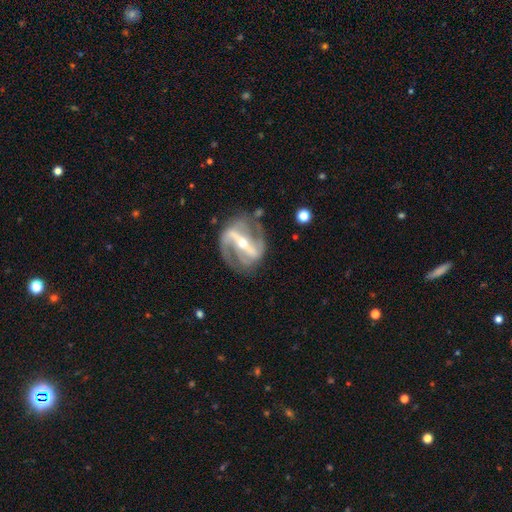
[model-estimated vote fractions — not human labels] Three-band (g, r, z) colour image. It shows a featured or disk galaxy (91%) with a strong bar (81%), 2 (90%) medium (47%) spiral arms (95%) and a small central bulge (51%). Merging: none (76%).